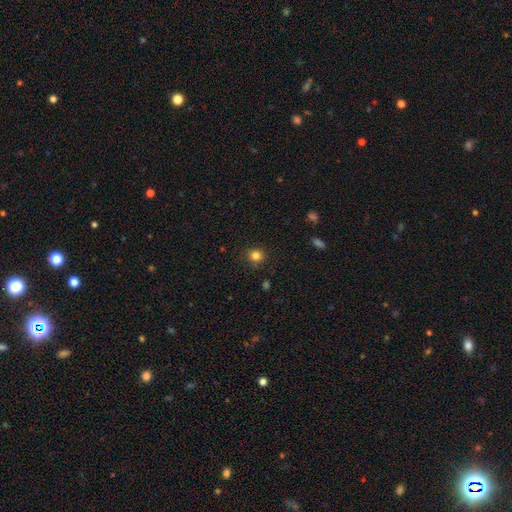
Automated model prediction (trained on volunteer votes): Smooth or featured?
  - smooth: 83% *
  - star or artifact: 12%
  - featured or disk: 4%
How rounded?
  - round: 90% *
  - in between: 9%
  - cigar-shaped: 1%
Merging?
  - none: 88% *
  - minor disturbance: 8%
  - major disturbance: 2%
  - merger: 1%